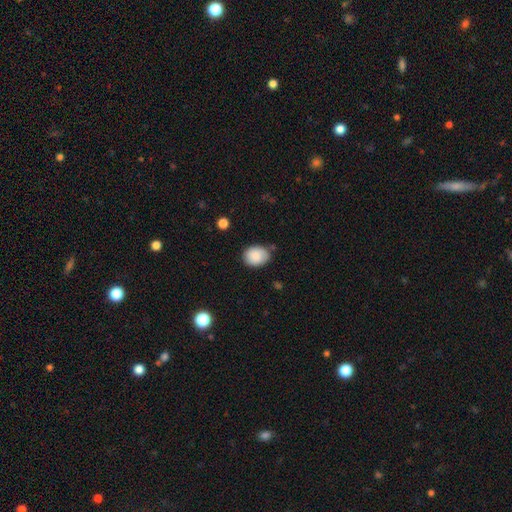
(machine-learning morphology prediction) This appears to be a smooth galaxy with no disk features (86%) that is in between round and cigar-shaped (57%). Merging: none (71%).